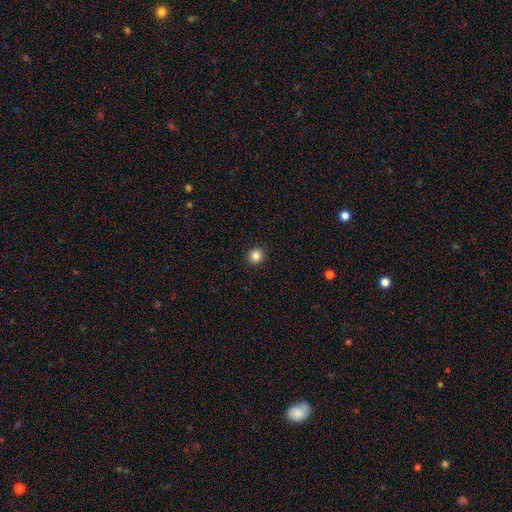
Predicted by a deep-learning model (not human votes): The model was most divided on "smooth or featured": smooth: 85%, star or artifact: 11%, featured or disk: 4%. More confident: merging — none (92%); how rounded — round (90%).